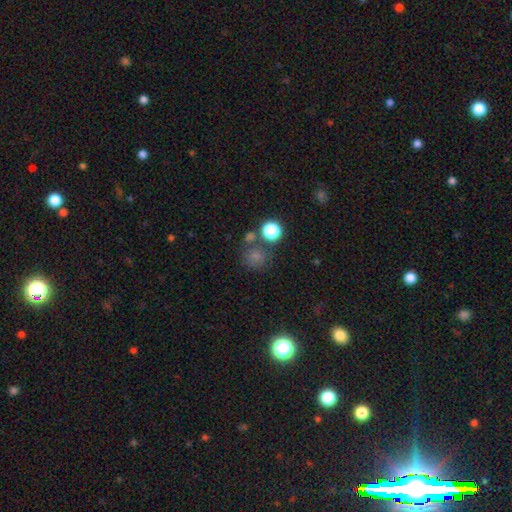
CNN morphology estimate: This appears to be a smooth galaxy with no disk features (72%) that is round (87%). Merging: none (65%).